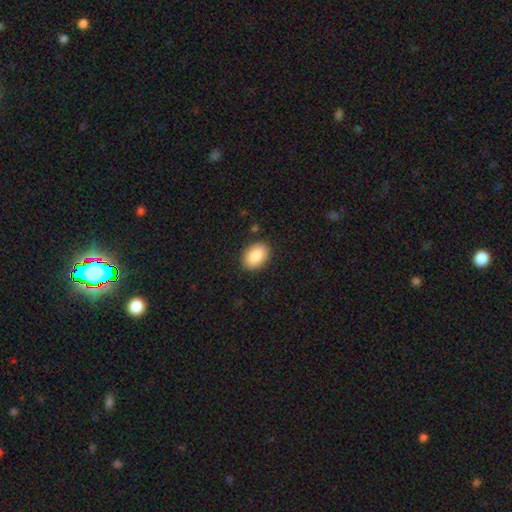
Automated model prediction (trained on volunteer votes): This is clearly a smooth galaxy (88%). How rounded: clearly in between (81%). Merging: clearly none (88%).